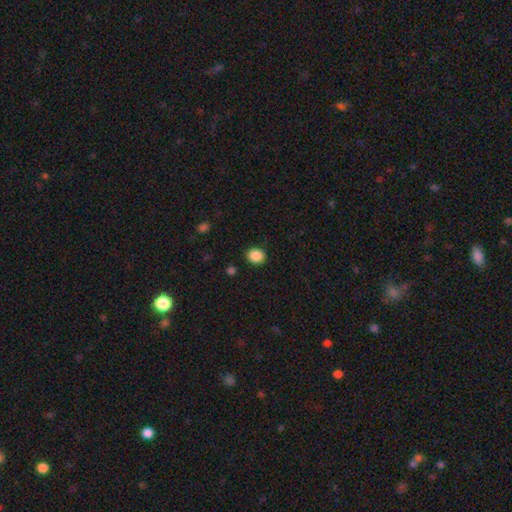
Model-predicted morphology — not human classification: smooth_or_featured: smooth (p=0.88) [alt: star or artifact p=0.09]
how_rounded: round (p=0.72) [alt: in between p=0.27]
merging: none (p=0.89) [alt: minor disturbance p=0.07]